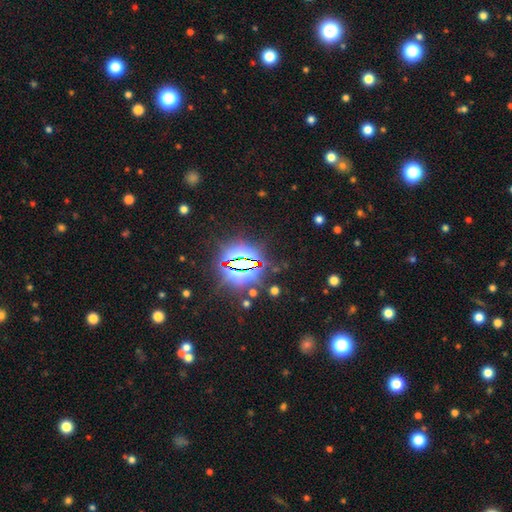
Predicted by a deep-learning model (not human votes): Smooth or featured?
  - star or artifact: 83% *
  - smooth: 10%
  - featured or disk: 6%